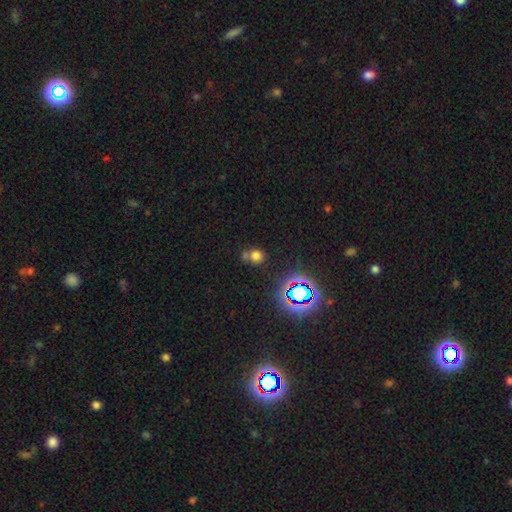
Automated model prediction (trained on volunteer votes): The model was most divided on "merging": none: 55%, merger: 23%, minor disturbance: 15%, major disturbance: 6%. More confident: how rounded — round (74%); smooth or featured — smooth (67%).